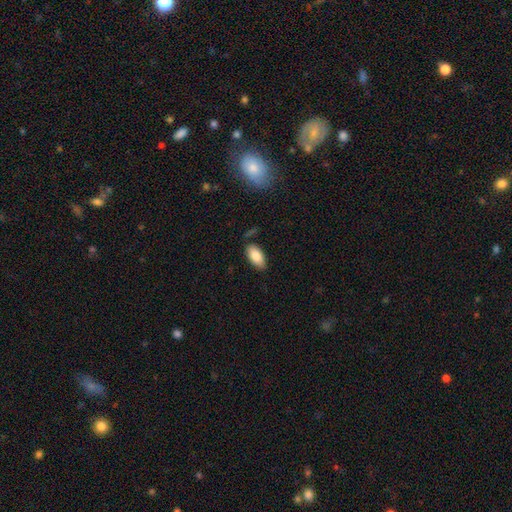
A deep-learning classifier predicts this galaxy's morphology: Smooth or featured?
  - smooth: 85% *
  - featured or disk: 8%
  - star or artifact: 7%
How rounded?
  - in between: 92% *
  - cigar-shaped: 6%
  - round: 2%
Merging?
  - none: 82% *
  - minor disturbance: 13%
  - merger: 3%
  - major disturbance: 3%